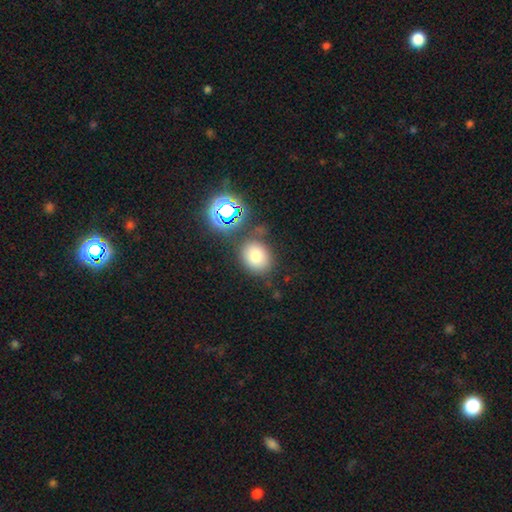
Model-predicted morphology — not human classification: This appears to be a smooth galaxy with no disk features (74%) that is round (58%). Merging: none (72%).